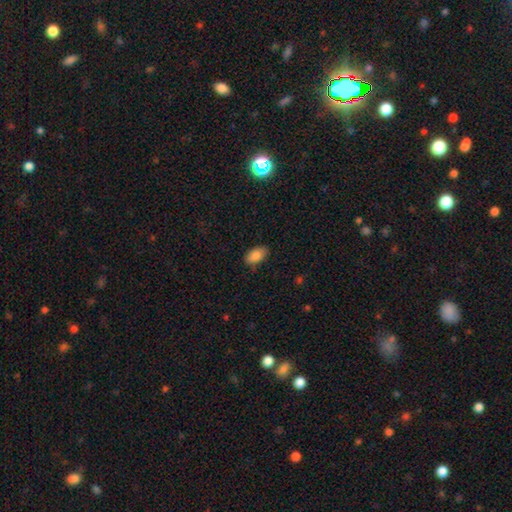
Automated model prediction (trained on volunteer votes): A smooth galaxy with no disk features (85%) that is in between round and cigar-shaped (93%). Merging: none (82%).